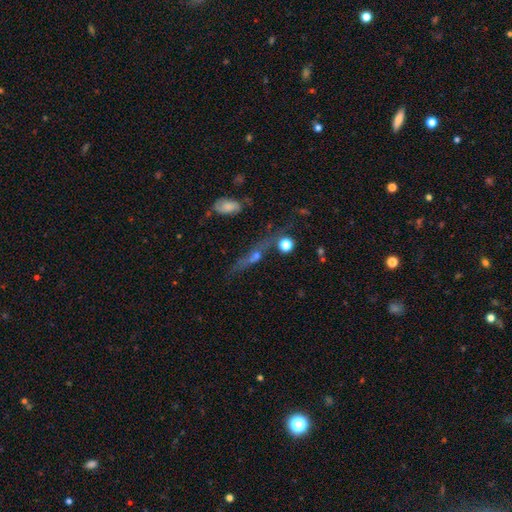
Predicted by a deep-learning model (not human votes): A featured or disk galaxy (42%). Merging: none (59%).